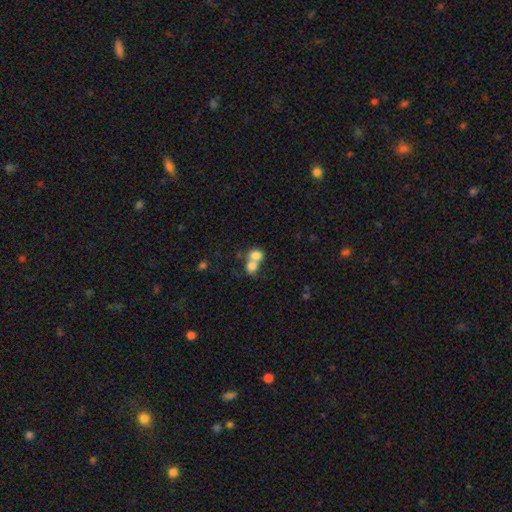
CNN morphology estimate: This appears to be a smooth galaxy with no disk features (75%) that is round (64%). Merging: merger (66%).